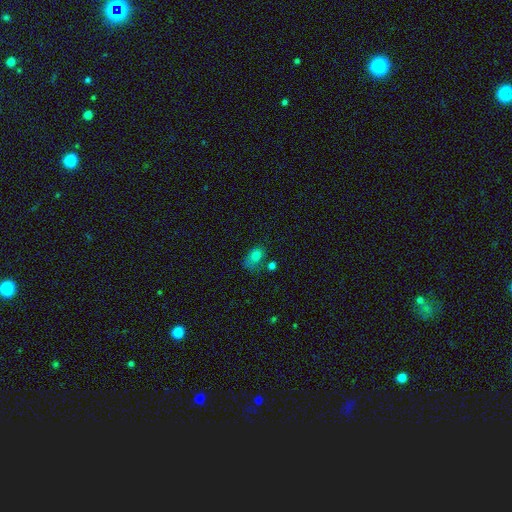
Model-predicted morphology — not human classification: smooth_or_featured: smooth (p=0.75) [alt: star or artifact p=0.13]
how_rounded: in between (p=0.76) [alt: round p=0.22]
merging: none (p=0.37) [alt: minor disturbance p=0.28]